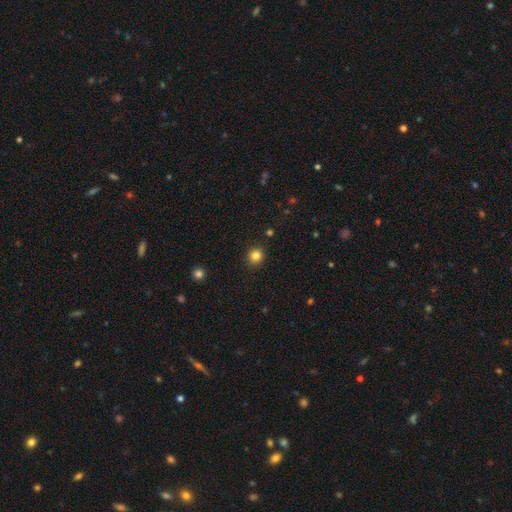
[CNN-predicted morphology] Smooth or featured? smooth (83%)
How rounded? round (91%)
Merging? none (91%)